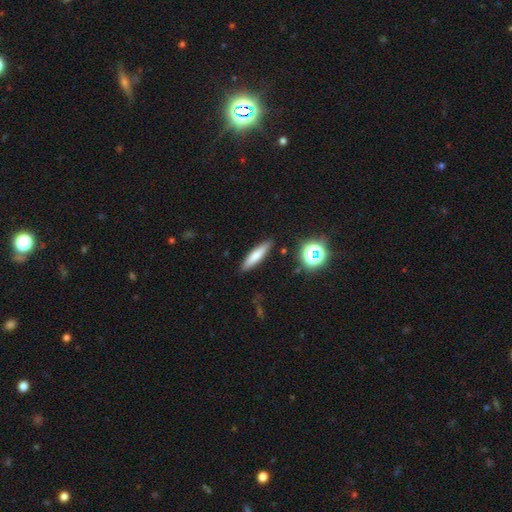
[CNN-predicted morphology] A smooth galaxy with no disk features (70%) that is cigar-shaped (81%).

Vote fractions:
- Smooth or featured? smooth: 70% / featured or disk: 20% / star or artifact: 9%
- How rounded? cigar-shaped: 81% / in between: 17% / round: 2%
- Merging? none: 88% / minor disturbance: 8% / major disturbance: 2% / merger: 2%